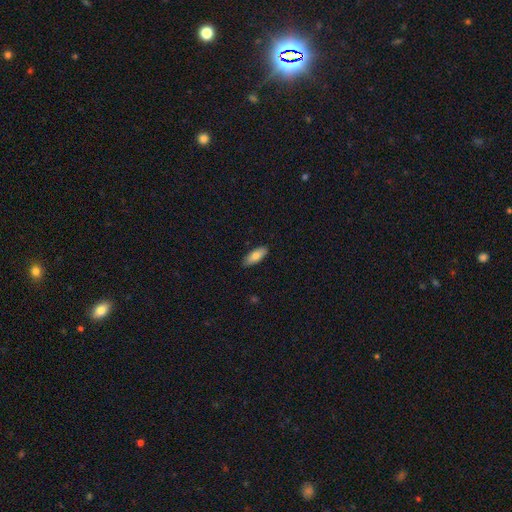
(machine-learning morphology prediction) smooth-or-featured: smooth: 79% | featured or disk: 15% | star or artifact: 6%
  how-rounded: in between: 73% | cigar-shaped: 25% | round: 2%
  merging: none: 88% | minor disturbance: 9% | major disturbance: 2% | merger: 1%